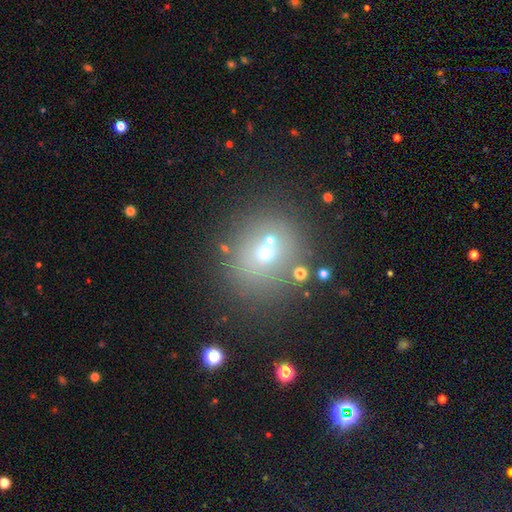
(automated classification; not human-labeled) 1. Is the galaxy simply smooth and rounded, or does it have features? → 41% smooth, 40% star or artifact, 19% featured or disk.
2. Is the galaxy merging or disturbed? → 79% none, 11% minor disturbance, 5% major disturbance, 5% merger.